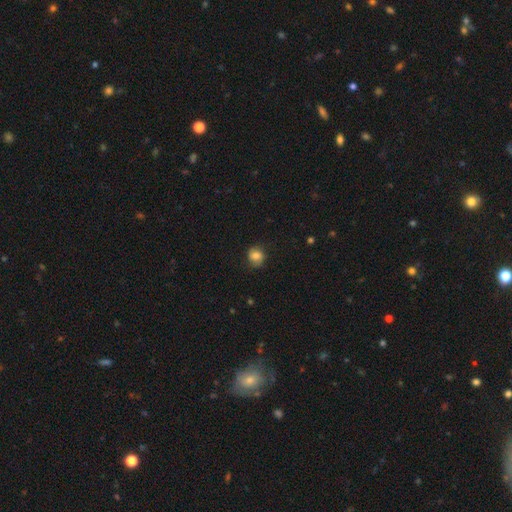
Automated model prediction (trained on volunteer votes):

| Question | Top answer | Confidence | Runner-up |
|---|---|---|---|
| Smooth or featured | smooth | 77% | featured or disk (13%) |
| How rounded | round | 73% | in between (26%) |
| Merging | none | 79% | minor disturbance (15%) |